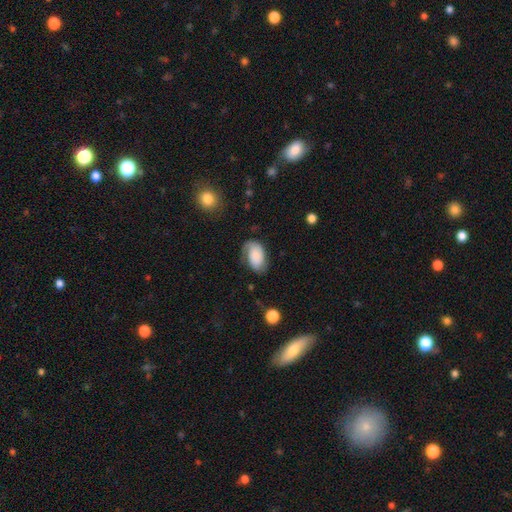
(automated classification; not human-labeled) smooth 53%, featured or disk 39%, star or artifact 8%. Down the decision tree: how rounded — in between (92%); merging — none (54%).